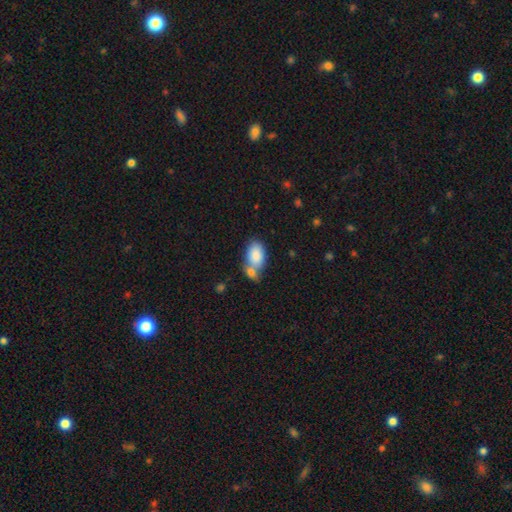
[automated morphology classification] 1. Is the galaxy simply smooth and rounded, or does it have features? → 85% smooth, 8% featured or disk, 7% star or artifact.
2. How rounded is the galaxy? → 92% in between, 6% round, 2% cigar-shaped.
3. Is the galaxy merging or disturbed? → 43% merger, 38% none, 14% minor disturbance, 5% major disturbance.